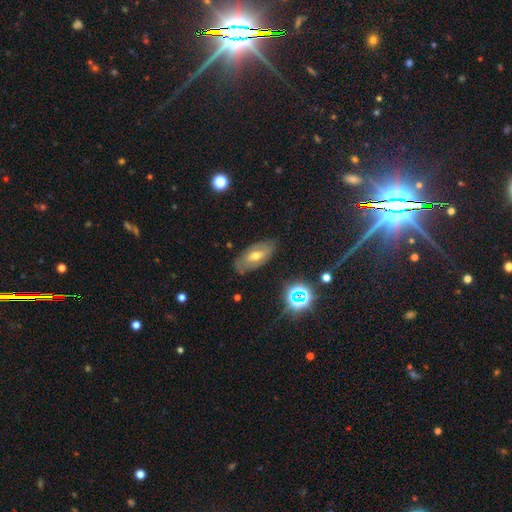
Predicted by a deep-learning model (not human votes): smooth_or_featured: featured or disk (p=0.49) [alt: smooth p=0.38]
merging: none (p=0.79) [alt: minor disturbance p=0.15]